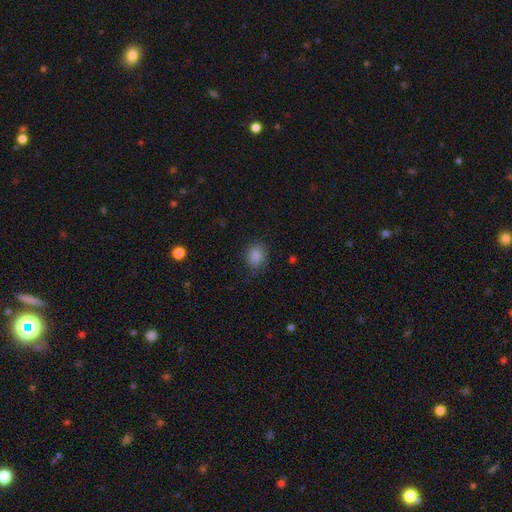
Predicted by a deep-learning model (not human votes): Smooth or featured? Predicted: smooth (p=0.87). How rounded? Predicted: round (p=0.65). Merging? Predicted: none (p=0.80).